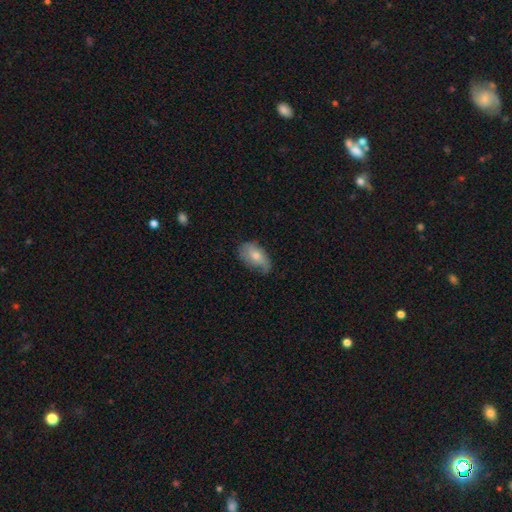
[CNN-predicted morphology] Q: Smooth or featured?
A: smooth (66%); runner-up: featured or disk (27%)
Q: How rounded?
A: in between (91%); runner-up: round (6%)
Q: Merging?
A: none (50%); runner-up: minor disturbance (37%)